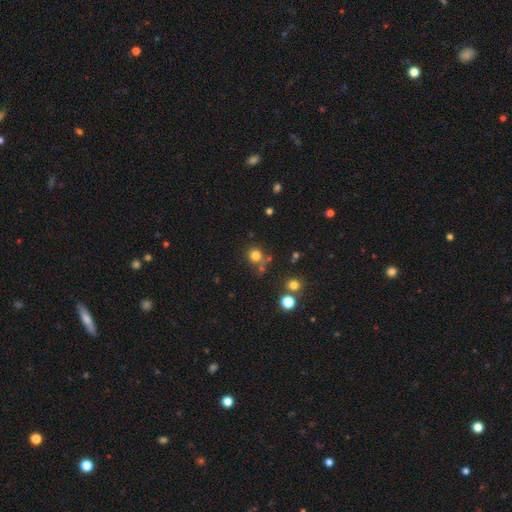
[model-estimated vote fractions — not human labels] Q: Smooth or featured?
A: smooth (77%); runner-up: star or artifact (16%)
Q: How rounded?
A: round (90%); runner-up: in between (9%)
Q: Merging?
A: none (69%); runner-up: merger (14%)